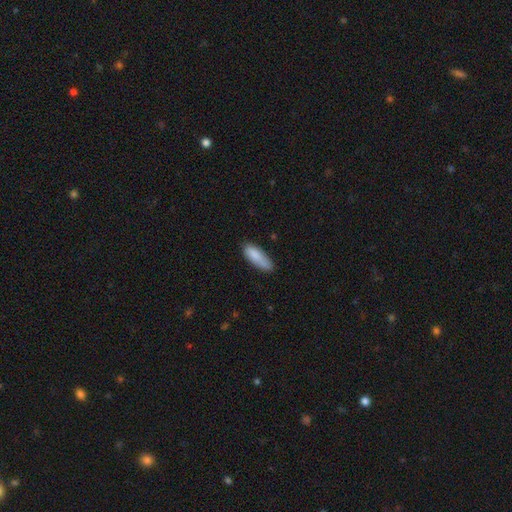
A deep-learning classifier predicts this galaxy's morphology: type=smooth (85%); roundness=in between (58%); merging=none (67%).